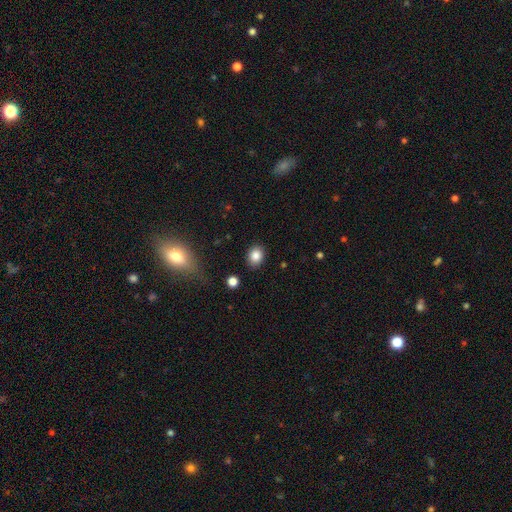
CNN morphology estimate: Smooth or featured? Predicted: smooth (p=0.84). How rounded? Predicted: round (p=0.52). Merging? Predicted: none (p=0.87).